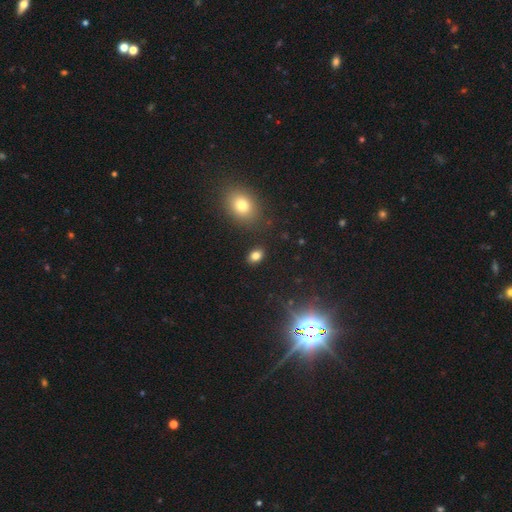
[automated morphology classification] Smooth or featured? Predicted: smooth (p=0.79). How rounded? Predicted: in between (p=0.80). Merging? Predicted: none (p=0.86).